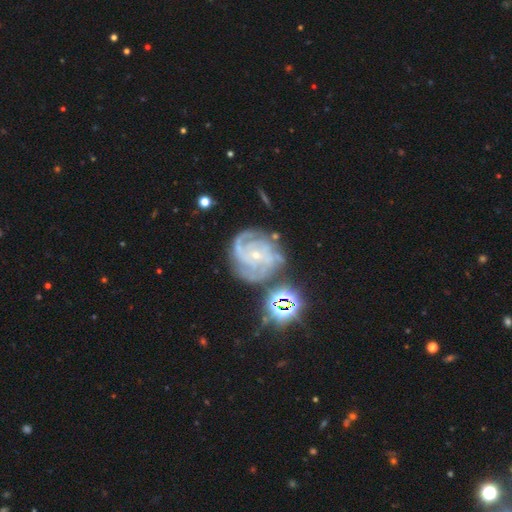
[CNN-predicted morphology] smooth_or_featured: featured or disk (p=0.86) [alt: star or artifact p=0.09]
disk_edge_on: no (p=0.98) [alt: yes p=0.02]
bar: no (p=0.69) [alt: weak p=0.23]
has_spiral_arms: yes (p=0.97) [alt: no p=0.03]
spiral_winding: tight (p=0.66) [alt: medium p=0.29]
spiral_arm_count: 3 (p=0.36) [alt: 4 p=0.18]
bulge_size: small (p=0.81) [alt: moderate p=0.16]
merging: none (p=0.66) [alt: minor disturbance p=0.19]